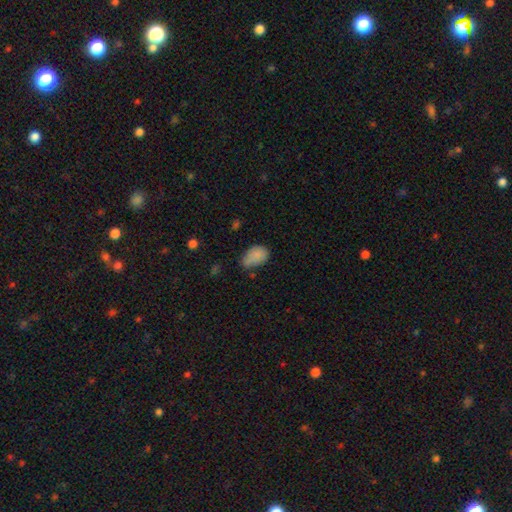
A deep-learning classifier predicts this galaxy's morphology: A smooth galaxy with no disk features (83%) that is in between round and cigar-shaped (84%). Merging: none (44%).